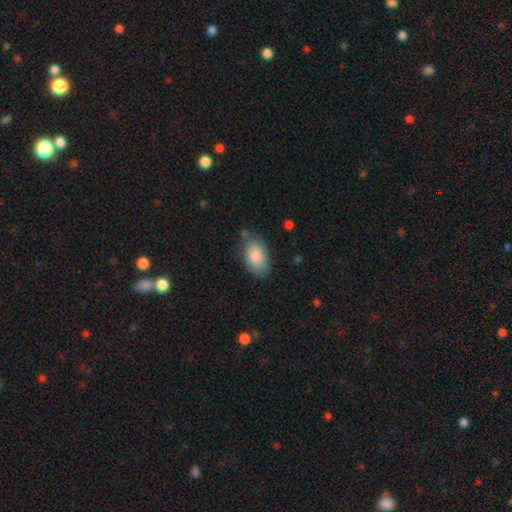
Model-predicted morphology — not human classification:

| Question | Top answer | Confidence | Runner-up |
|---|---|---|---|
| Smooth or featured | smooth | 88% | featured or disk (6%) |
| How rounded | in between | 94% | round (4%) |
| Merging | none | 73% | minor disturbance (19%) |